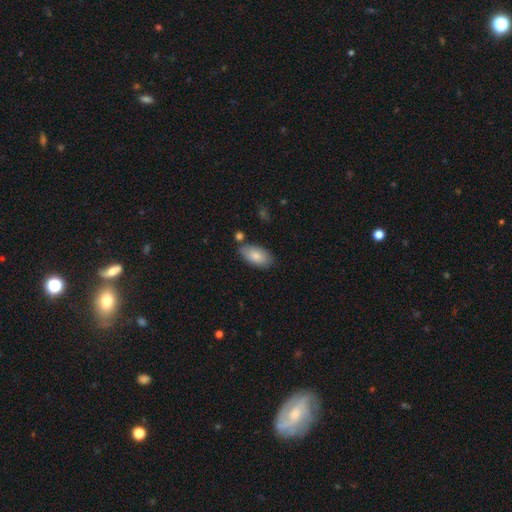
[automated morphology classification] A smooth galaxy with no disk features (84%) that is in between round and cigar-shaped (94%). Merging: none (75%).